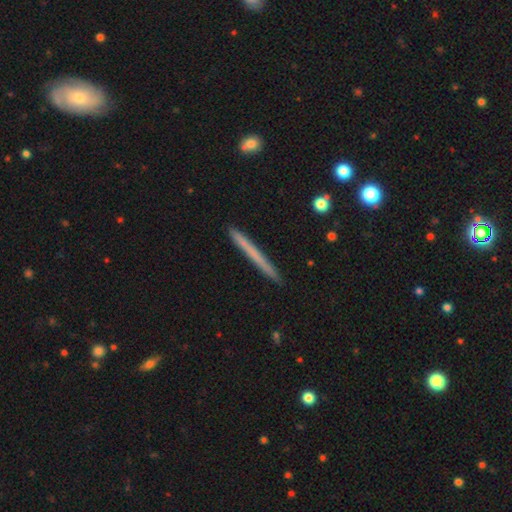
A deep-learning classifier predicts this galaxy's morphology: smooth_or_featured: smooth (p=0.59) [alt: featured or disk p=0.35]
how_rounded: cigar-shaped (p=0.97) [alt: in between p=0.01]
merging: none (p=0.90) [alt: minor disturbance p=0.07]